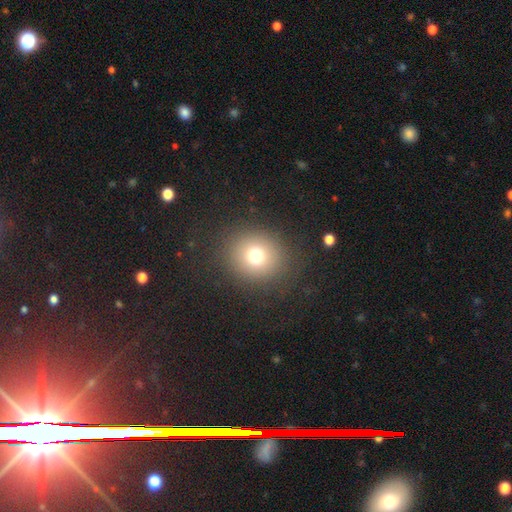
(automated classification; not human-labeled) smooth_or_featured: smooth (p=0.72) [alt: star or artifact p=0.17]
how_rounded: round (p=0.87) [alt: in between p=0.12]
merging: none (p=0.87) [alt: minor disturbance p=0.07]